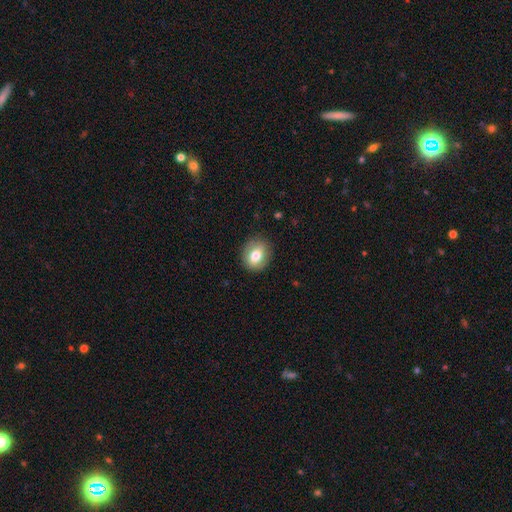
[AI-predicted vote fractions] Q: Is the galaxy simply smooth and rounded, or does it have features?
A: smooth — 72%.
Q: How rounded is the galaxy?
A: round — 56%.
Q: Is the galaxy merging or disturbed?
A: none — 86%.